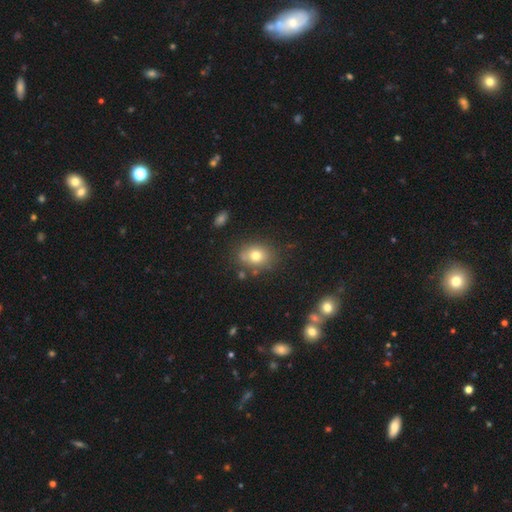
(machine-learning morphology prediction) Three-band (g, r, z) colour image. It shows a smooth galaxy with no disk features (76%) that is in between round and cigar-shaped (51%). Merging: none (75%).